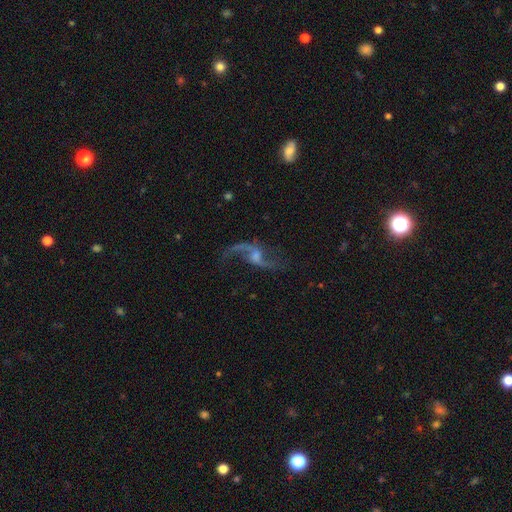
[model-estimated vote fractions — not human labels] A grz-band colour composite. It shows a featured or disk galaxy (89%) with no bar (43%, tied with weak), 2 (91%) loose (90%) spiral arms (96%) and a small central bulge (44%). Merging: none (71%).